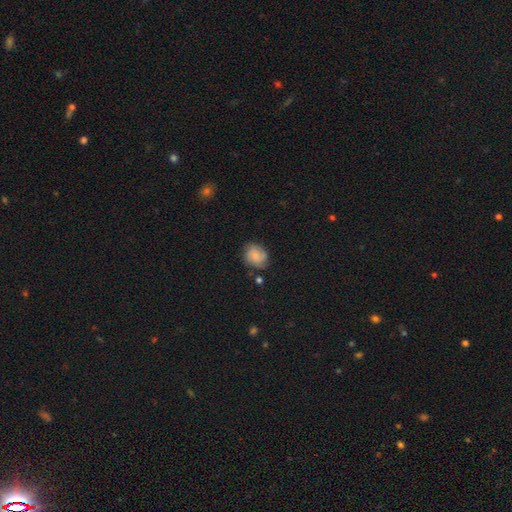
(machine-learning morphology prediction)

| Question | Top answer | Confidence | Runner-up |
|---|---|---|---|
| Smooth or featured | smooth | 66% | featured or disk (25%) |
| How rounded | round | 57% | in between (42%) |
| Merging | none | 70% | minor disturbance (21%) |